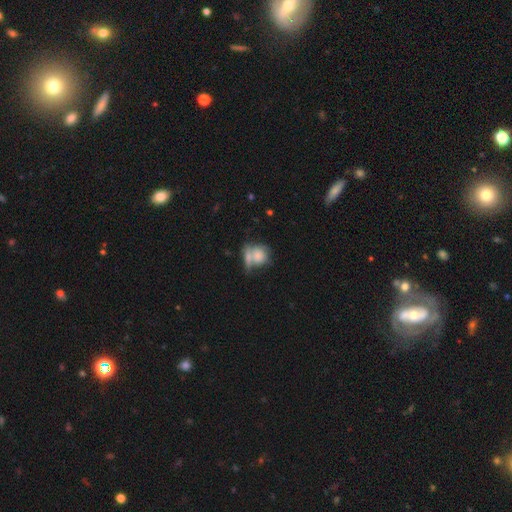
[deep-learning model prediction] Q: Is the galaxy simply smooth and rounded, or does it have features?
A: smooth — 71%.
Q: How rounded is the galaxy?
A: round — 65%.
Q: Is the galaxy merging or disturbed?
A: merger — 44%.